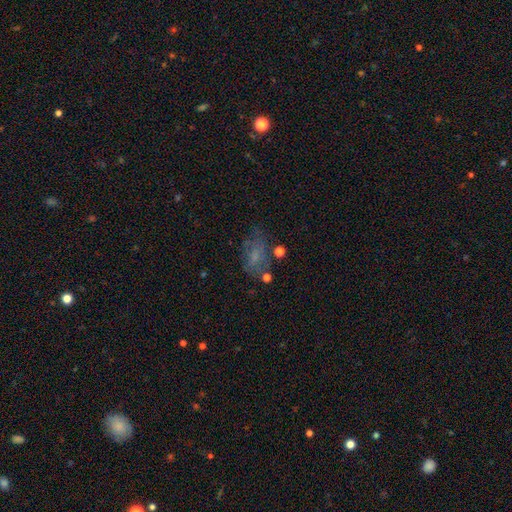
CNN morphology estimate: A smooth galaxy with no disk features (48%). Merging: none (50%).